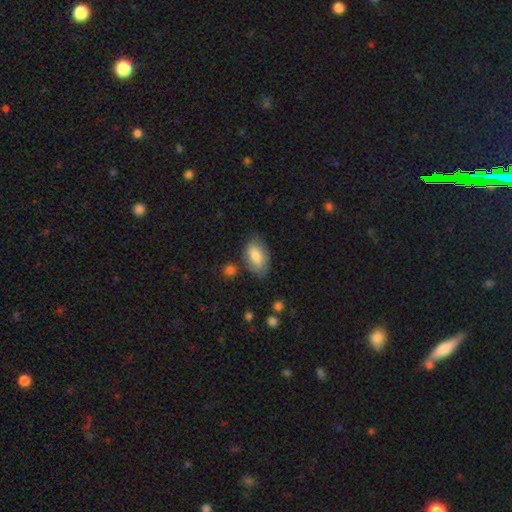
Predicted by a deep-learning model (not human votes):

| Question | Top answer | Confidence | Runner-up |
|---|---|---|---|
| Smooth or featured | smooth | 78% | featured or disk (15%) |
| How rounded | in between | 92% | round (5%) |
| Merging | none | 70% | minor disturbance (21%) |